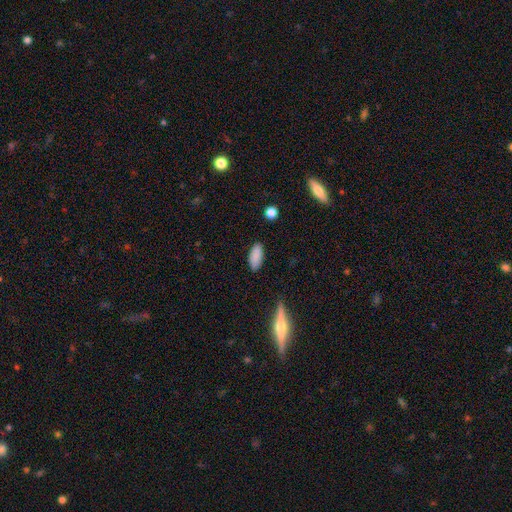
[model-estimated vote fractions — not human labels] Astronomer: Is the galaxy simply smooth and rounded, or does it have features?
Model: smooth — 87%.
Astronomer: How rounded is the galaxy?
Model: in between — 84%.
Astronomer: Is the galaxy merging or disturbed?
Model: none — 86%.